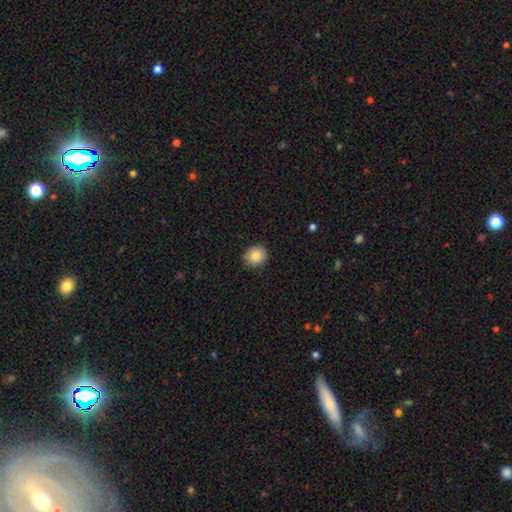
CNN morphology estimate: Q: Smooth or featured?
A: smooth (86%); runner-up: star or artifact (9%)
Q: How rounded?
A: round (79%); runner-up: in between (20%)
Q: Merging?
A: none (87%); runner-up: minor disturbance (10%)